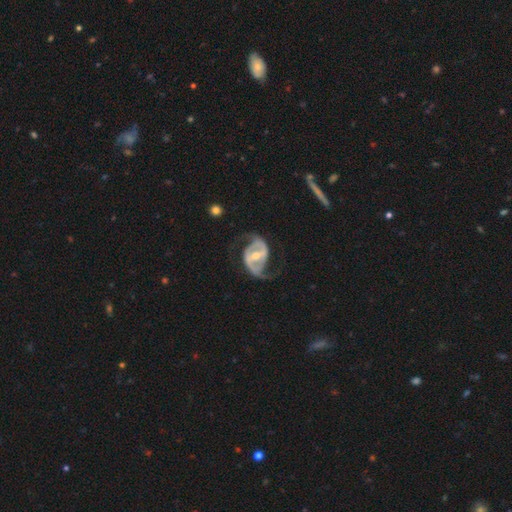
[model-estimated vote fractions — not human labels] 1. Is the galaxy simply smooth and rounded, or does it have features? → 90% featured or disk, 6% smooth, 4% star or artifact.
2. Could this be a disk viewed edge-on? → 97% no, 3% yes.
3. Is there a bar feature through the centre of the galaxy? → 51% strong, 35% weak, 14% no.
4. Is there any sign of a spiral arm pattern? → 93% yes, 7% no.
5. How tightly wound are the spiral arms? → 44% medium, 43% loose, 13% tight.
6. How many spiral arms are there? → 92% 2, 3% can't tell, 2% 1, 1% 3, 1% 4, 1% more than 4.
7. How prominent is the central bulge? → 65% moderate, 29% small, 4% large, 1% none, 1% dominant.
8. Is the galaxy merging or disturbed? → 67% none, 16% minor disturbance, 15% major disturbance, 2% merger.